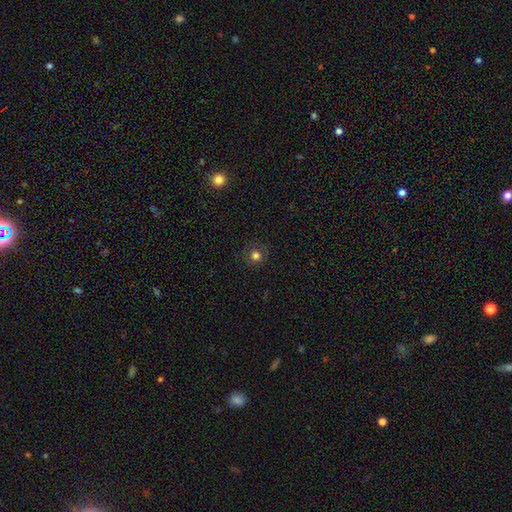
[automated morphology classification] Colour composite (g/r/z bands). It shows a smooth galaxy with no disk features (77%) that is round (92%). Merging: none (87%).